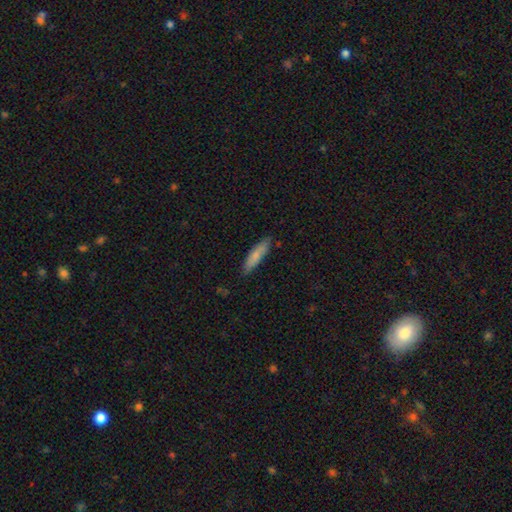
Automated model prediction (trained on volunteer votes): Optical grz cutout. It shows a smooth galaxy with no disk features (78%) that is cigar-shaped (74%). Merging: none (84%).